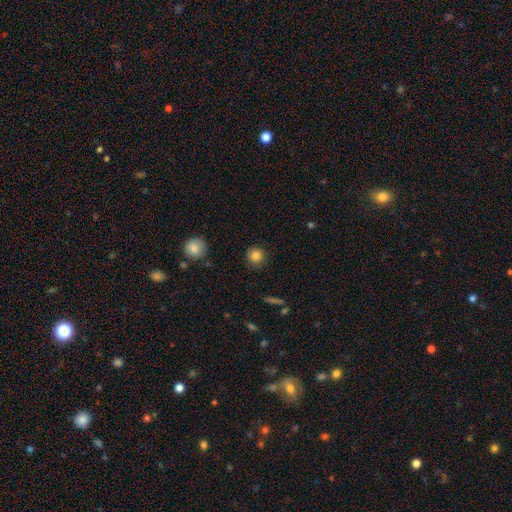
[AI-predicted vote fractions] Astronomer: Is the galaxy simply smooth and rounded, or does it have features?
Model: smooth — 84%.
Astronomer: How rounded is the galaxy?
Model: round — 93%.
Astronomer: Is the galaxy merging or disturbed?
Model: none — 87%.